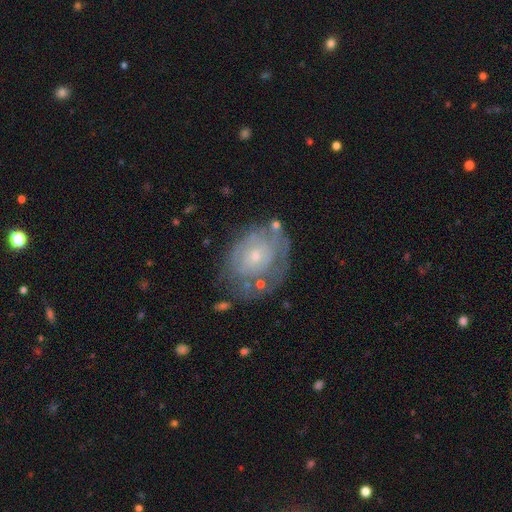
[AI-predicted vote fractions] The model was most divided on "spiral arms": yes: 66%, no: 34%. More confident: edge-on disk — no (96%); bar — no (81%); smooth or featured — featured or disk (67%); bulge size — small (67%); merging — none (59%).